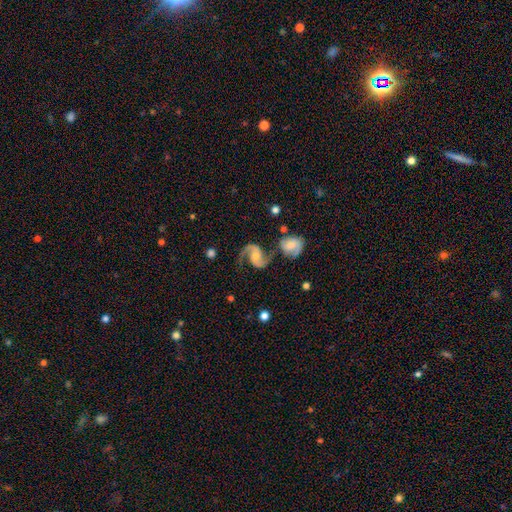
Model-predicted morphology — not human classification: type=featured or disk (90%); edge-on=no (98%); bar=no (54%); spiral arms=yes (98%); winding=medium (48%); arm count=2 (93%); bulge=small (42%); merging=none (58%).